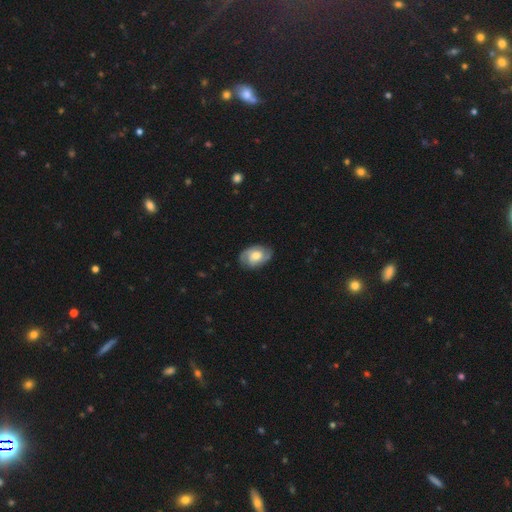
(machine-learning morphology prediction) Overall: featured or disk (60%; smooth 33%). Edge-on disk: no (96%). Bar: no (67%; weak 28%). Spiral arms: yes (86%). Bulge size: moderate (66%). Merging: none (78%).